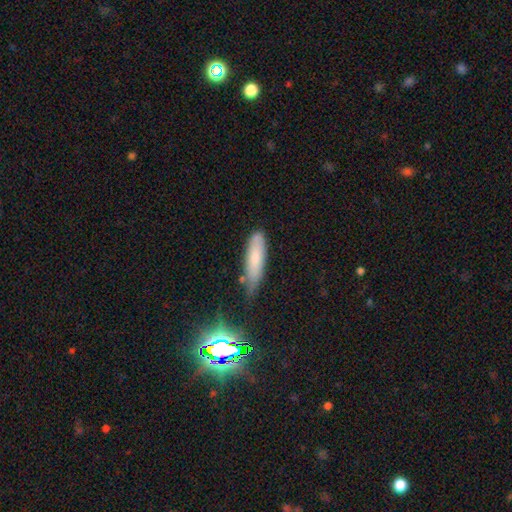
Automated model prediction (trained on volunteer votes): smooth 64%, featured or disk 21%, star or artifact 15%. Down the decision tree: how rounded — cigar-shaped (66%); merging — none (65%).